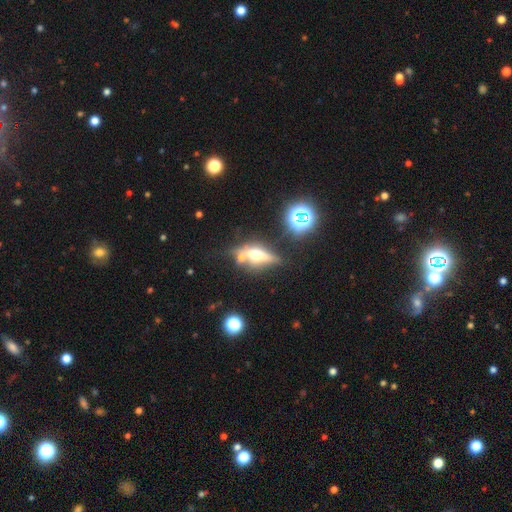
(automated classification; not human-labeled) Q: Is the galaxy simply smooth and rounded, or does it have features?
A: featured or disk — 50%.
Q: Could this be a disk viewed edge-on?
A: yes — 78%.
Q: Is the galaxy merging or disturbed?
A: none — 57%.